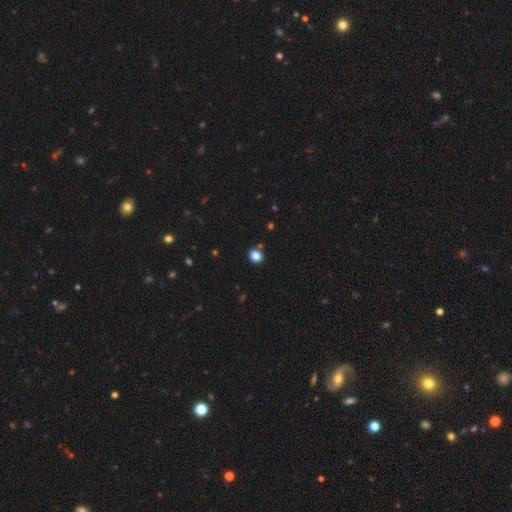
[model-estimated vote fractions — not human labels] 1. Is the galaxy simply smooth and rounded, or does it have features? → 83% smooth, 12% star or artifact, 4% featured or disk.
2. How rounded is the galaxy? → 73% round, 26% in between, 1% cigar-shaped.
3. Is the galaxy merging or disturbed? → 83% none, 9% minor disturbance, 6% merger, 2% major disturbance.